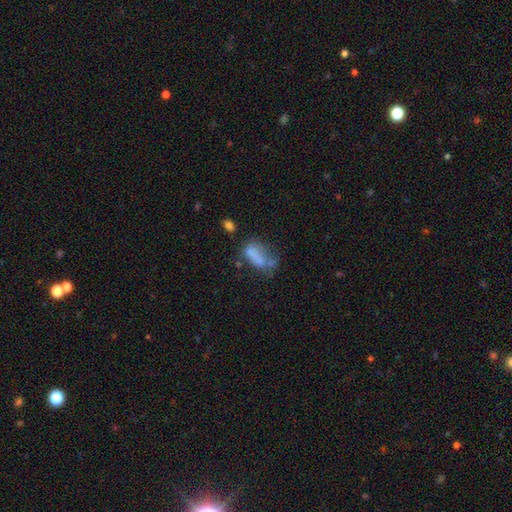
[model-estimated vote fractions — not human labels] A smooth galaxy with no disk features (62%) that is in between round and cigar-shaped (75%).

Vote fractions:
- Smooth or featured? smooth: 62% / featured or disk: 24% / star or artifact: 14%
- How rounded? in between: 75% / cigar-shaped: 19% / round: 6%
- Merging? merger: 28% / major disturbance: 26% / none: 26% / minor disturbance: 19%